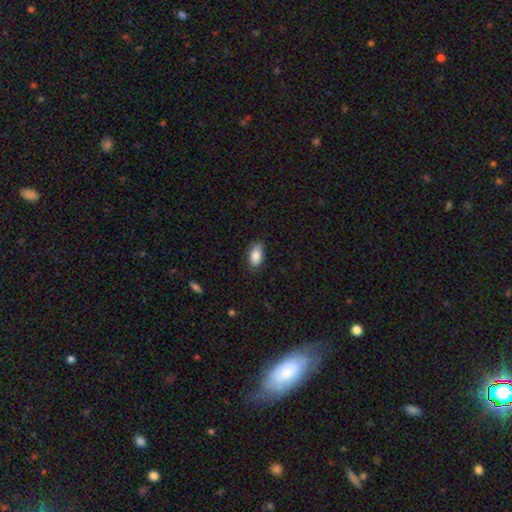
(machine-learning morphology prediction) type=smooth (87%); roundness=in between (92%); merging=none (79%).